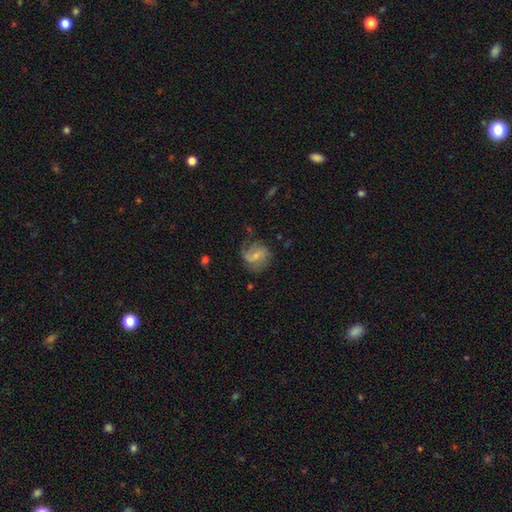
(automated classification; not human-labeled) The model was most divided on "bar": weak: 49%, no: 39%, strong: 13%. More confident: edge-on disk — no (97%); spiral arms — yes (85%); bulge size — small (59%); smooth or featured — featured or disk (58%); merging — none (57%).